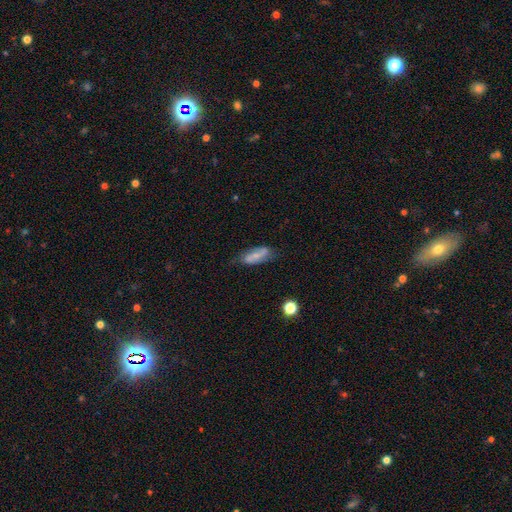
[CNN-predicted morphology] smooth 47%, featured or disk 45%, star or artifact 8%. Down the decision tree: merging — none (65%).